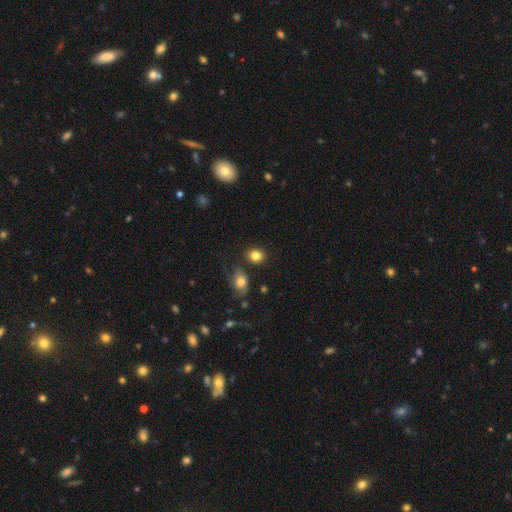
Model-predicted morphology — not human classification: This is clearly a smooth galaxy (83%). How rounded: likely round (67%). Merging: likely none (78%).